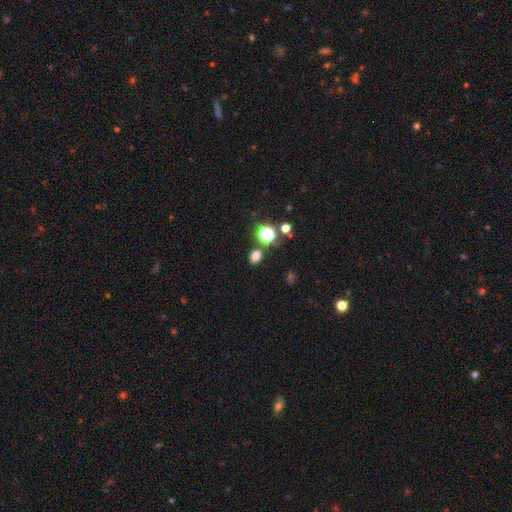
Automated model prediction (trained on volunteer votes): Morphology: type=smooth (73%); roundness=in between (54%); merging=none (80%).